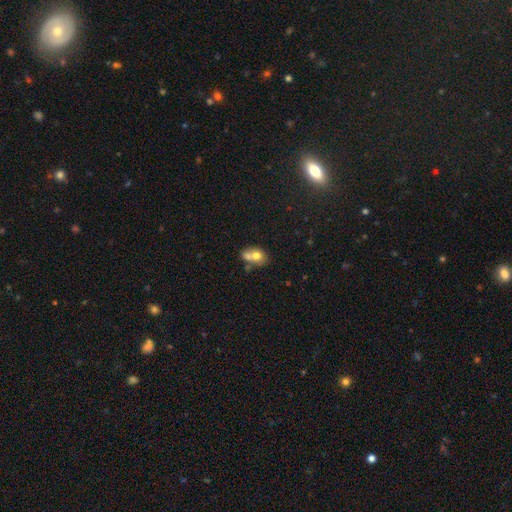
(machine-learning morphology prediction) Smooth or featured?
  - smooth: 69% *
  - featured or disk: 21%
  - star or artifact: 10%
How rounded?
  - in between: 56% *
  - round: 42%
  - cigar-shaped: 2%
Merging?
  - merger: 52% *
  - none: 30%
  - minor disturbance: 13%
  - major disturbance: 6%